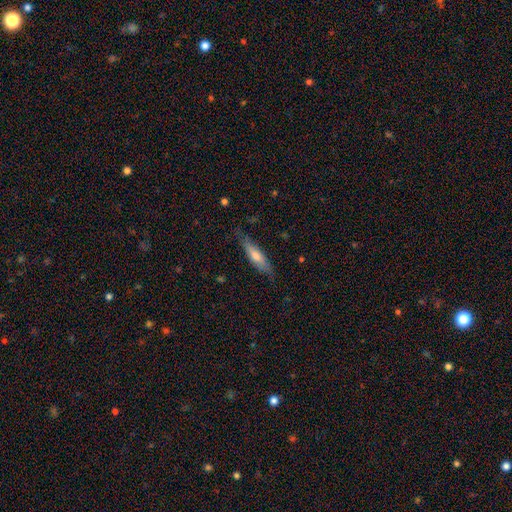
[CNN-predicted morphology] The model was most divided on "smooth or featured": smooth: 58%, featured or disk: 36%, star or artifact: 6%. More confident: merging — none (79%); how rounded — cigar-shaped (74%).